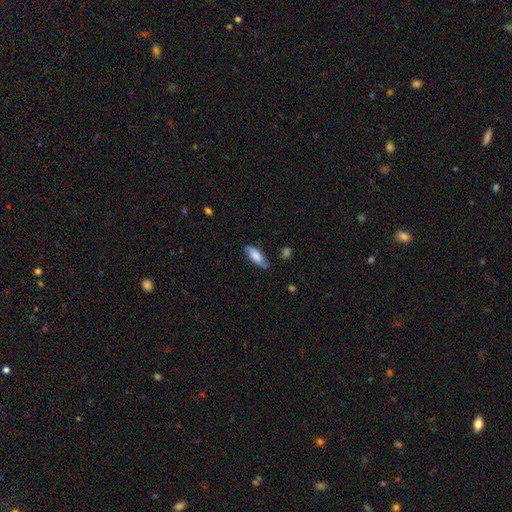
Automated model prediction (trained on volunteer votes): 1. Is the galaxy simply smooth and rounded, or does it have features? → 77% smooth, 16% featured or disk, 6% star or artifact.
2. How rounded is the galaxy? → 72% in between, 26% cigar-shaped, 2% round.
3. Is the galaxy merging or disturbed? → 68% none, 24% minor disturbance, 5% major disturbance, 3% merger.